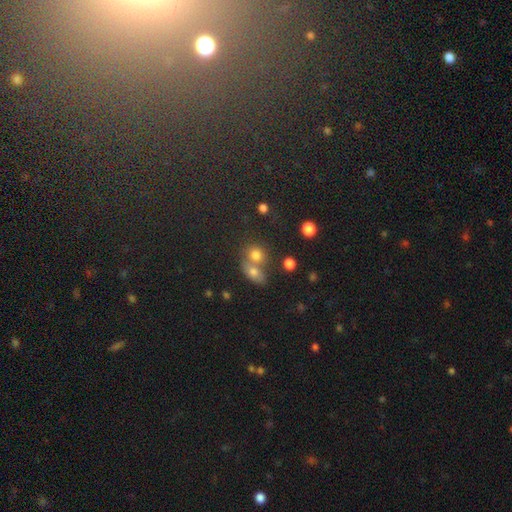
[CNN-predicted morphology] smooth_or_featured: smooth (p=0.74) [alt: star or artifact p=0.15]
how_rounded: round (p=0.63) [alt: in between p=0.35]
merging: merger (p=0.51) [alt: none p=0.36]